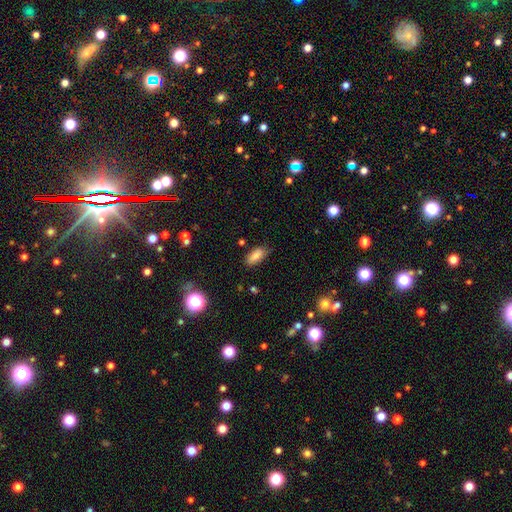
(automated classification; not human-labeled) Q: Smooth or featured?
A: smooth (83%); runner-up: star or artifact (9%)
Q: How rounded?
A: in between (83%); runner-up: cigar-shaped (15%)
Q: Merging?
A: none (81%); runner-up: minor disturbance (14%)